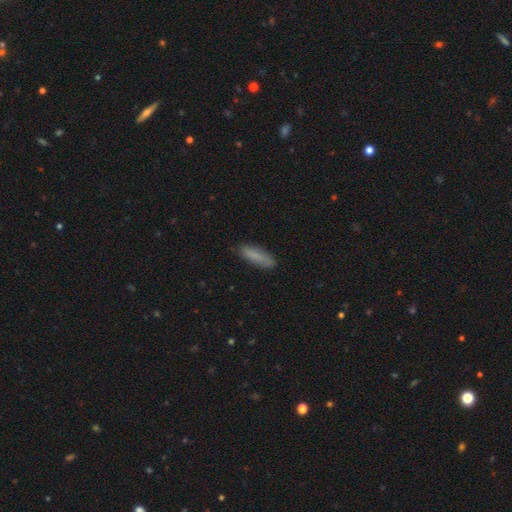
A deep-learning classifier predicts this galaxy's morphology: smooth-or-featured: smooth: 82% | featured or disk: 11% | star or artifact: 7%
  how-rounded: cigar-shaped: 59% | in between: 39% | round: 2%
  merging: none: 82% | minor disturbance: 14% | major disturbance: 3% | merger: 1%